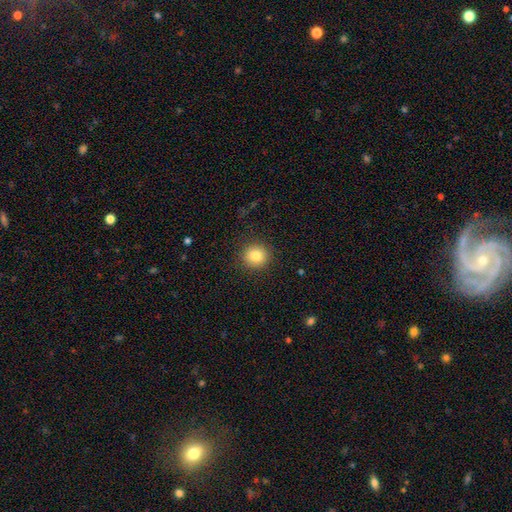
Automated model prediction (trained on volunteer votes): smooth 82%, star or artifact 10%, featured or disk 7%. Down the decision tree: how rounded — round (89%); merging — none (90%).